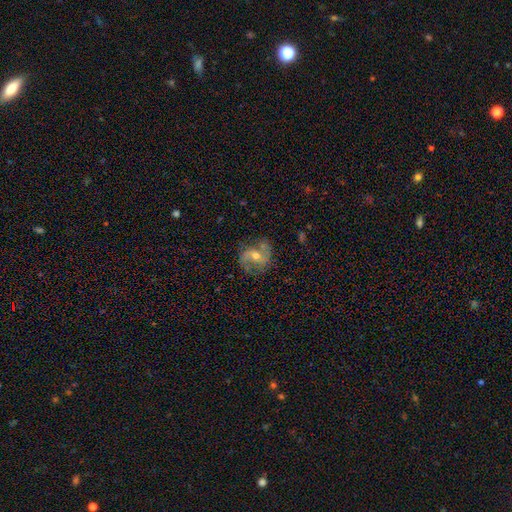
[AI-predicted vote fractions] The model was most divided on "spiral winding": medium: 45%, loose: 38%, tight: 18%. Remaining: edge-on disk — no (97%); spiral arms — yes (88%); spiral arm count — 2 (84%); smooth or featured — featured or disk (70%); merging — none (70%); bulge size — moderate (64%); bar — no (48%).